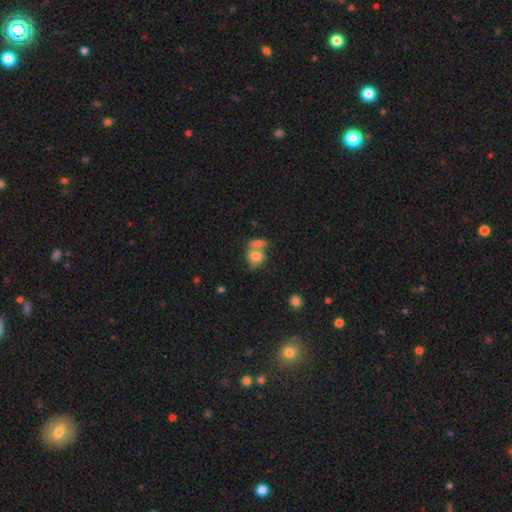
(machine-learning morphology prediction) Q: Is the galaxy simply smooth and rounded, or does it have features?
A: smooth — 73%.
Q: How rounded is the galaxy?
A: round — 55%.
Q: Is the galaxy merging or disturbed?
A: merger — 46%.